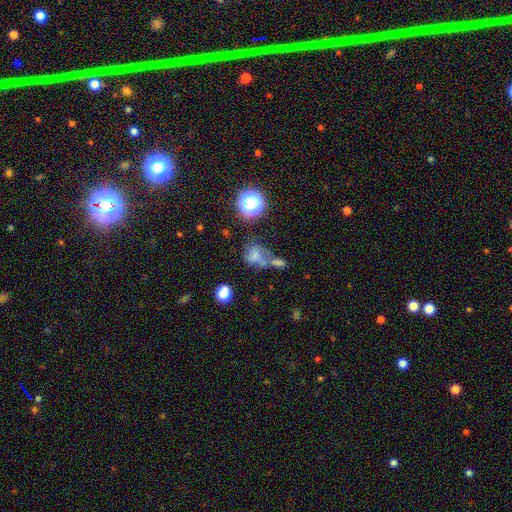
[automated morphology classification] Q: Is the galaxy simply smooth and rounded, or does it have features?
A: smooth — 58%.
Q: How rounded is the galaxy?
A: round — 54%.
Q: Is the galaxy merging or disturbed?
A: merger — 40%.